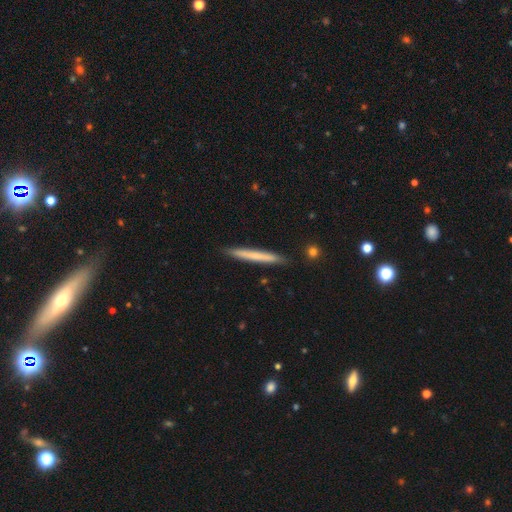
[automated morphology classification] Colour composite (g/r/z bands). It shows a smooth galaxy with no disk features (63%) that is cigar-shaped (97%). Merging: none (90%).